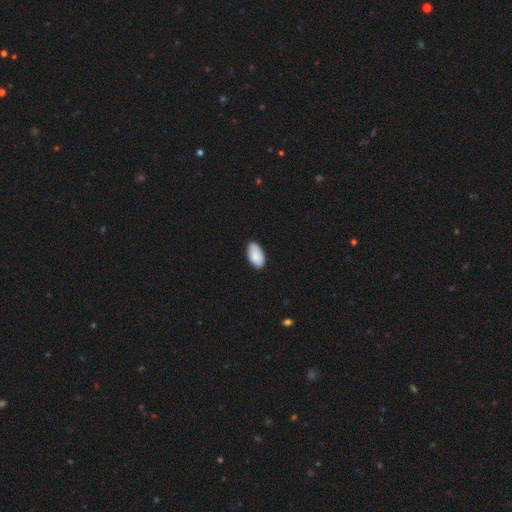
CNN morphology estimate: Smooth or featured? smooth (84%)
How rounded? in between (95%)
Merging? none (81%)